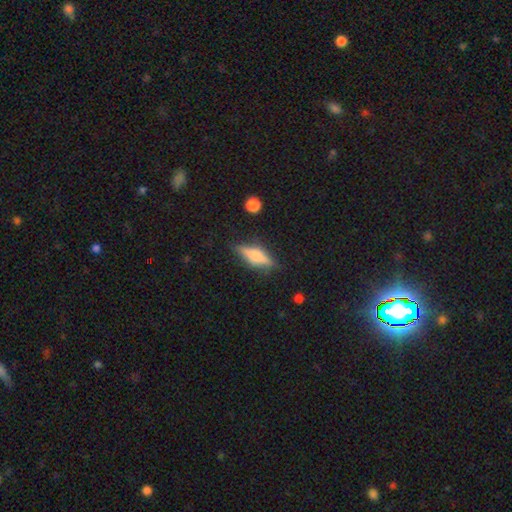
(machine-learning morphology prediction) Overall: featured or disk (50%; smooth 42%). Merging: none (81%).